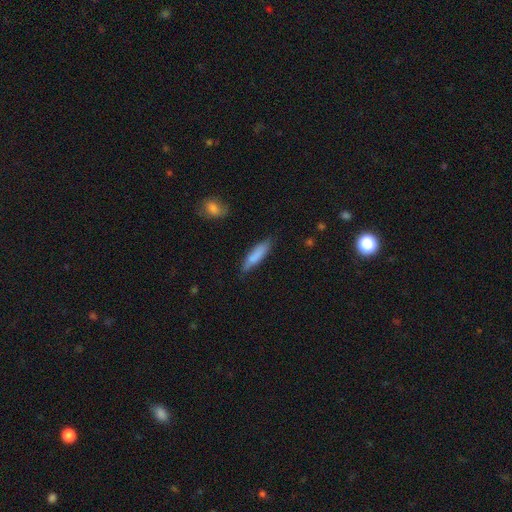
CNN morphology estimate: smooth 79%, featured or disk 15%, star or artifact 6%. Down the decision tree: how rounded — cigar-shaped (69%); merging — none (72%).